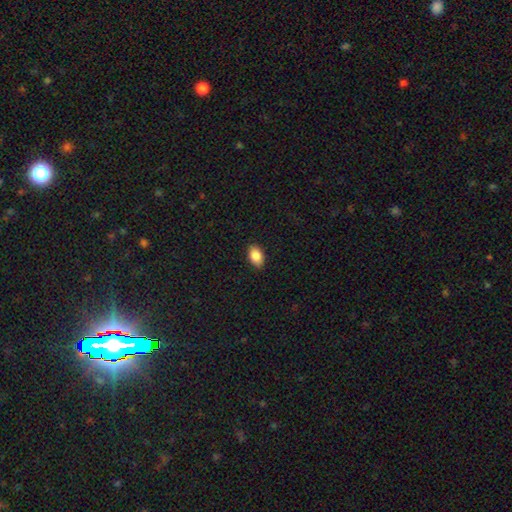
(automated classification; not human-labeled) A smooth galaxy with no disk features (86%) that is in between round and cigar-shaped (91%).

Vote fractions:
- Smooth or featured? smooth: 86% / star or artifact: 8% / featured or disk: 6%
- How rounded? in between: 91% / round: 7% / cigar-shaped: 2%
- Merging? none: 89% / minor disturbance: 8% / major disturbance: 2% / merger: 1%